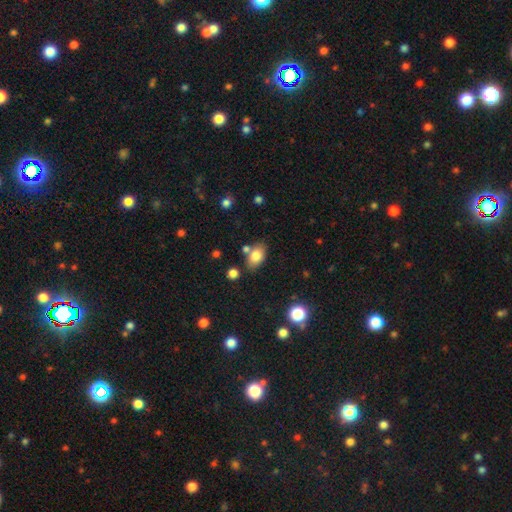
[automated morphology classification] Smooth or featured? Predicted: smooth (p=0.80). How rounded? Predicted: in between (p=0.86). Merging? Predicted: none (p=0.72).